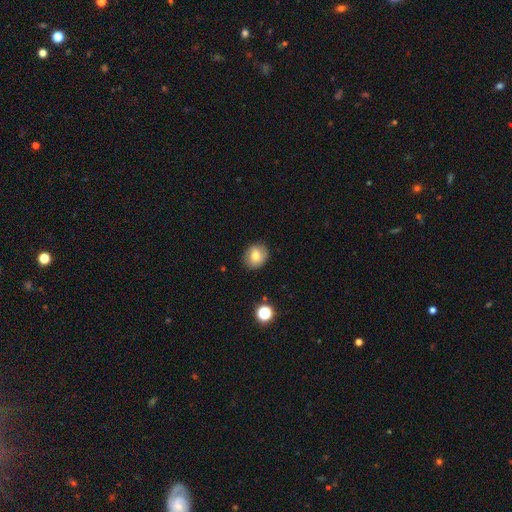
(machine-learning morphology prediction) type=smooth (75%); roundness=round (65%); merging=none (85%).